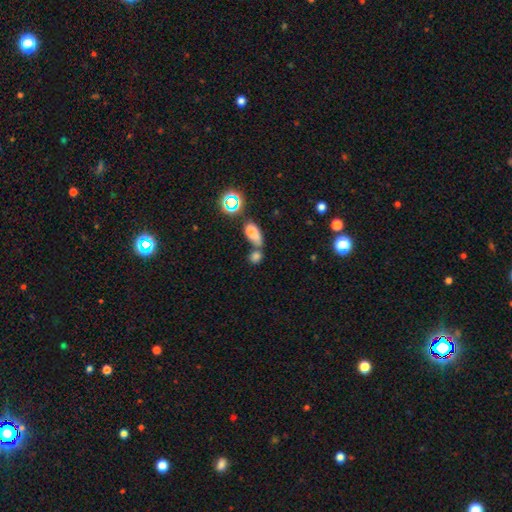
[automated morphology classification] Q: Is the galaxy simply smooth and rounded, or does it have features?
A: smooth — 69%.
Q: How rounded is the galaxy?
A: in between — 63%.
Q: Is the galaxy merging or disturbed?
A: merger — 43%.